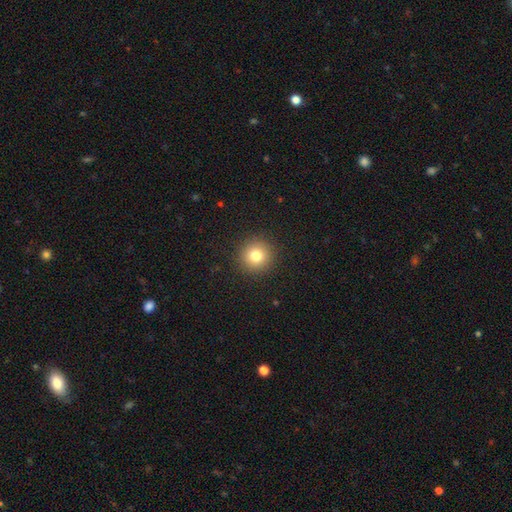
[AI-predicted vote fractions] A smooth galaxy with no disk features (80%) that is round (94%). Merging: none (92%).